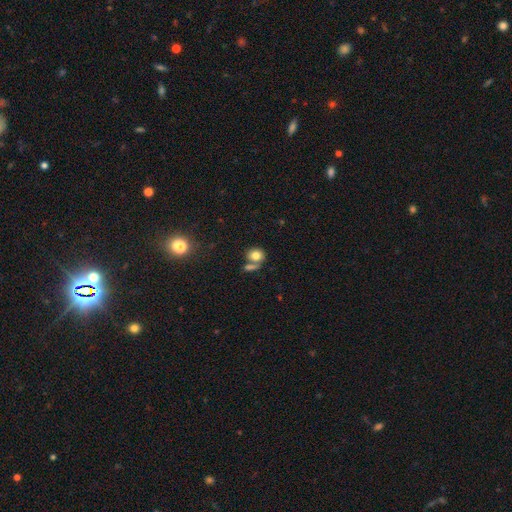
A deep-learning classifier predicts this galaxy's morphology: Smooth or featured? Predicted: smooth (p=0.78). How rounded? Predicted: round (p=0.67). Merging? Predicted: none (p=0.53).